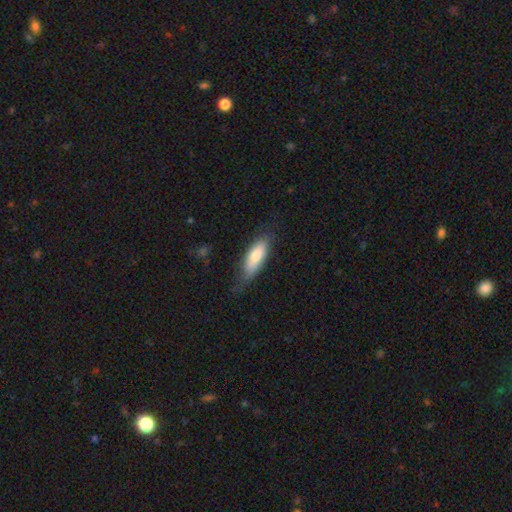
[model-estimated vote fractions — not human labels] smooth-or-featured: smooth: 75% | featured or disk: 20% | star or artifact: 6%
  how-rounded: in between: 63% | cigar-shaped: 35% | round: 2%
  merging: none: 63% | minor disturbance: 28% | major disturbance: 8% | merger: 1%